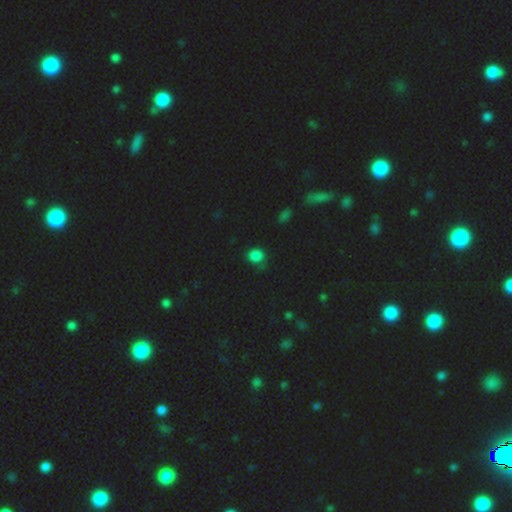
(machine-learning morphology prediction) smooth_or_featured: smooth (p=0.76) [alt: star or artifact p=0.20]
how_rounded: round (p=0.74) [alt: in between p=0.25]
merging: none (p=0.77) [alt: minor disturbance p=0.16]